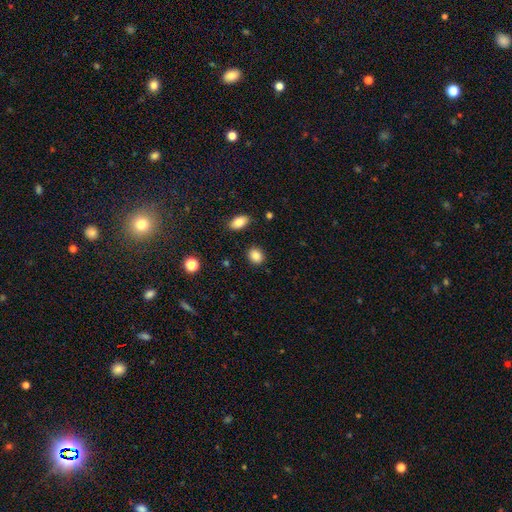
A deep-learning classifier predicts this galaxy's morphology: Smooth or featured?
  - smooth: 85% *
  - star or artifact: 9%
  - featured or disk: 5%
How rounded?
  - round: 61% *
  - in between: 38%
  - cigar-shaped: 1%
Merging?
  - none: 88% *
  - minor disturbance: 7%
  - major disturbance: 2%
  - merger: 2%